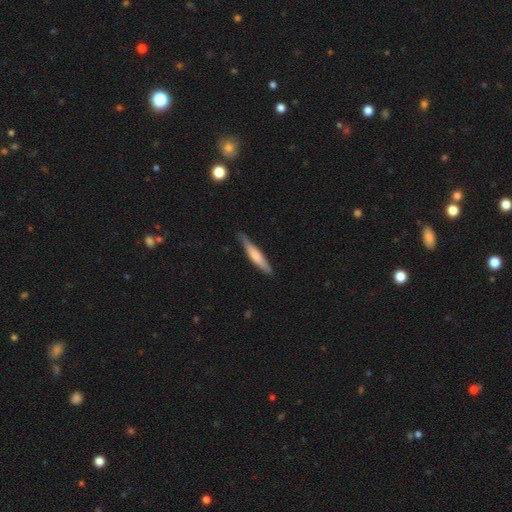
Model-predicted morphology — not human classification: This appears to be a smooth galaxy with no disk features (58%) that is cigar-shaped (90%). Merging: none (80%).